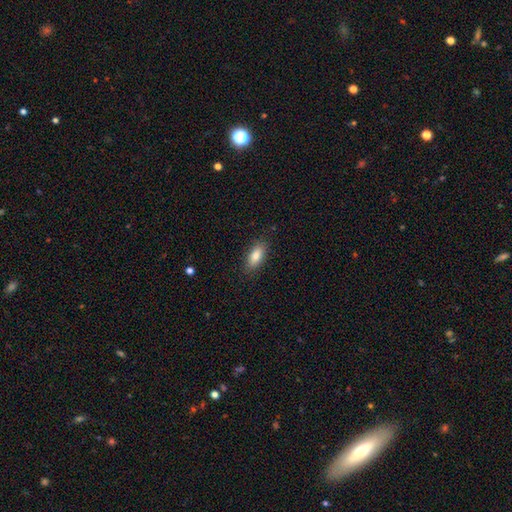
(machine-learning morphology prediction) This is clearly a smooth galaxy (84%). How rounded: clearly in between (83%). Merging: clearly none (86%).